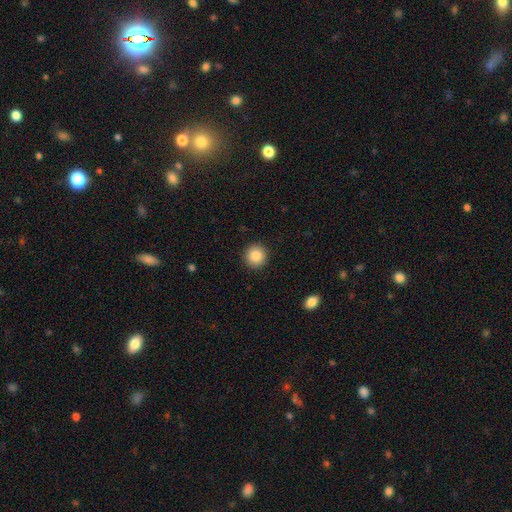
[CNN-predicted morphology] This appears to be a smooth galaxy with no disk features (87%) that is round (95%). Merging: none (92%).